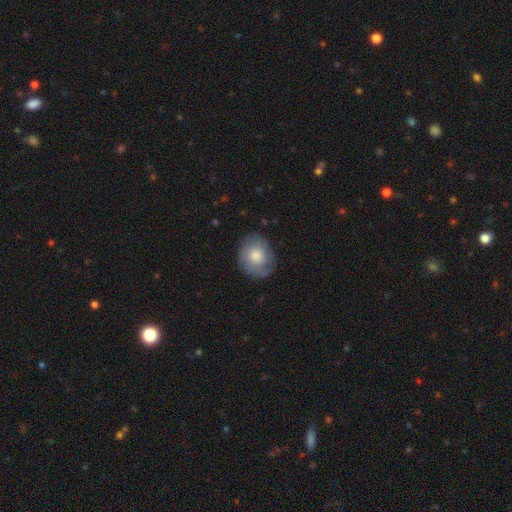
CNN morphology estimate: This is likely a smooth galaxy (67%). How rounded: likely round (62%). Merging: likely none (74%).